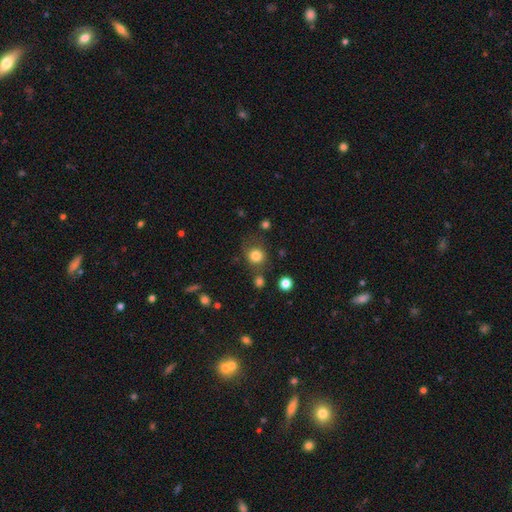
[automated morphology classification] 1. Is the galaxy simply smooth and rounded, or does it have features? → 82% smooth, 12% star or artifact, 6% featured or disk.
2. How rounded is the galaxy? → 86% round, 13% in between, 1% cigar-shaped.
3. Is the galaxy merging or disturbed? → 73% none, 13% minor disturbance, 8% merger, 6% major disturbance.